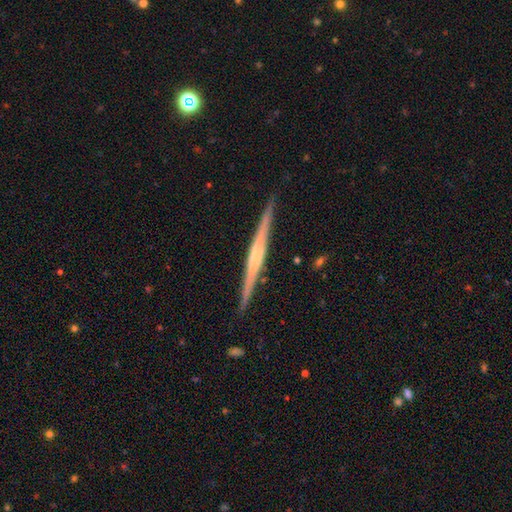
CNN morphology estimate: smooth_or_featured: featured or disk (p=0.76) [alt: smooth p=0.19]
disk_edge_on: yes (p=0.98) [alt: no p=0.02]
edge_on_bulge: none (p=0.39) [alt: rounded p=0.33]
merging: none (p=0.90) [alt: minor disturbance p=0.08]